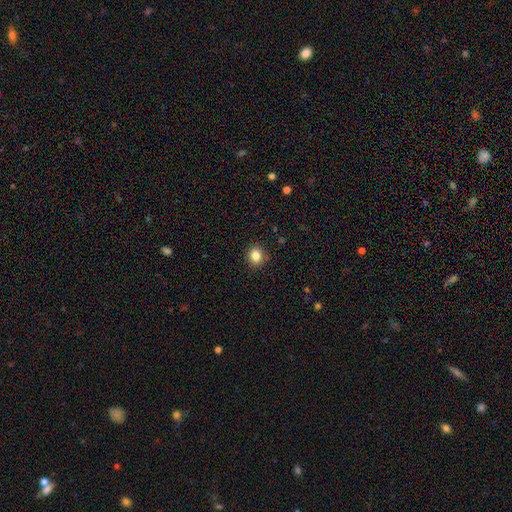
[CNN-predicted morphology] smooth 84%, star or artifact 11%, featured or disk 5%. Down the decision tree: how rounded — round (76%); merging — none (89%).